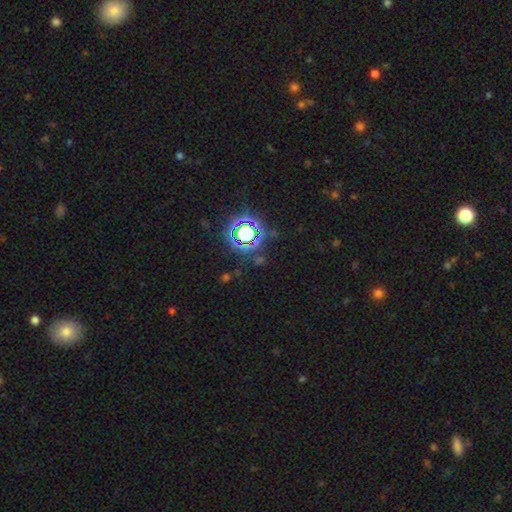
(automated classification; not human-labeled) smooth_or_featured: star or artifact (p=0.80) [alt: smooth p=0.13]